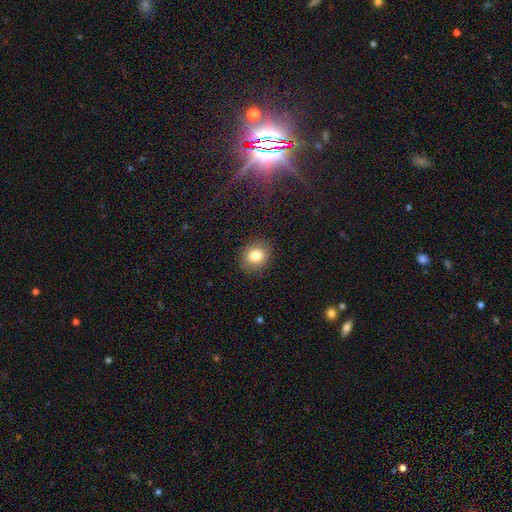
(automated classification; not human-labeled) Smooth or featured? Predicted: smooth (p=0.82). How rounded? Predicted: round (p=0.68). Merging? Predicted: none (p=0.88).